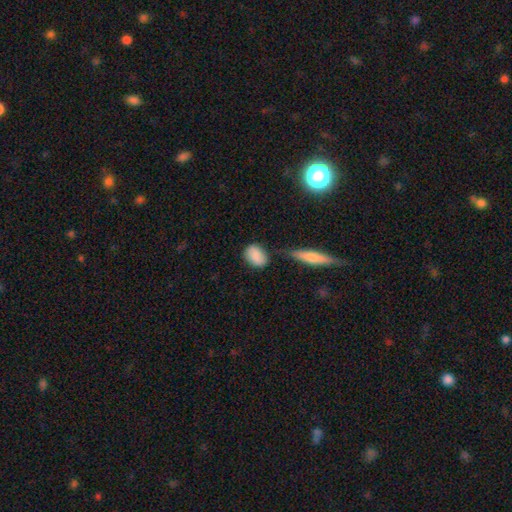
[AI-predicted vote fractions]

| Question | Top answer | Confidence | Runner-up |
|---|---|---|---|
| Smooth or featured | smooth | 85% | featured or disk (8%) |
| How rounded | in between | 75% | round (22%) |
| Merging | none | 66% | minor disturbance (20%) |